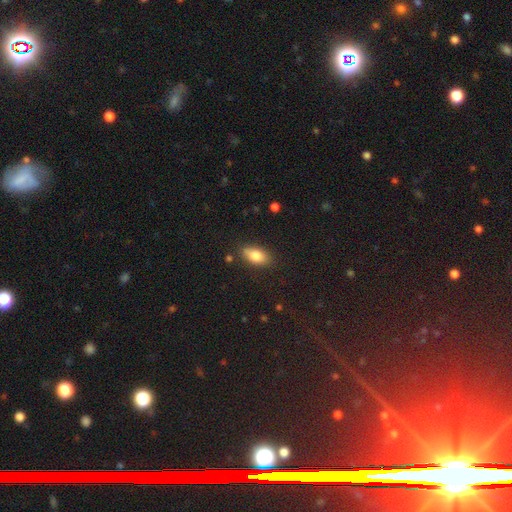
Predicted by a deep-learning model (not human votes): Smooth or featured: smooth — 81% (featured or disk — 12%)
How rounded: in between — 89% (cigar-shaped — 6%)
Merging: none — 81% (minor disturbance — 14%)